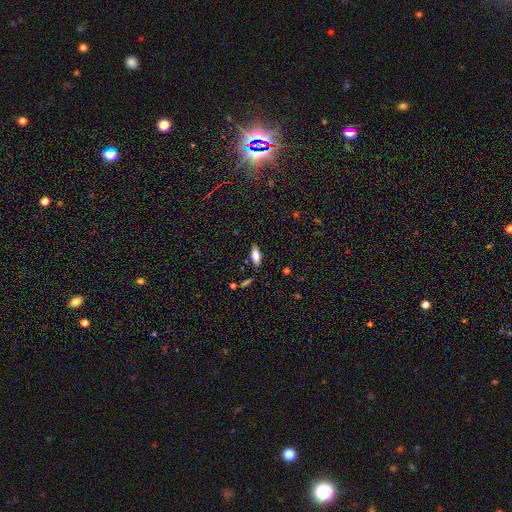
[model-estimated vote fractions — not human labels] smooth 67%, featured or disk 25%, star or artifact 8%. Down the decision tree: how rounded — in between (76%); merging — none (84%).